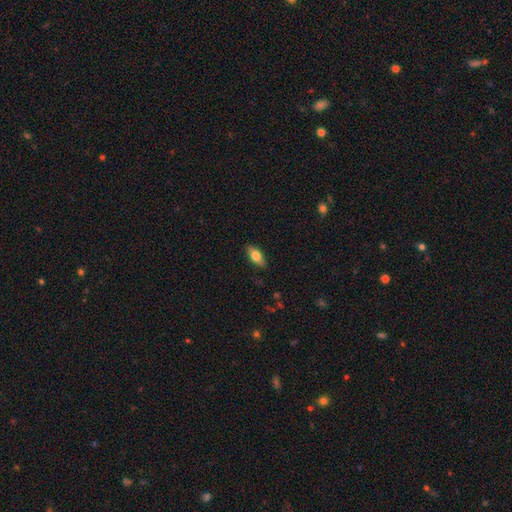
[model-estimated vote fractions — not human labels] Overall: smooth (72%). How rounded: in between (83%). Merging: none (86%).